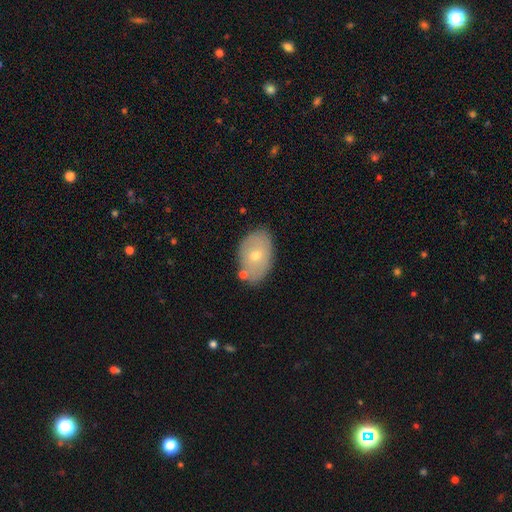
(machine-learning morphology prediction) Smooth or featured?
  - smooth: 59% *
  - featured or disk: 33%
  - star or artifact: 8%
How rounded?
  - in between: 87% *
  - round: 11%
  - cigar-shaped: 1%
Merging?
  - none: 77% *
  - minor disturbance: 14%
  - merger: 6%
  - major disturbance: 3%